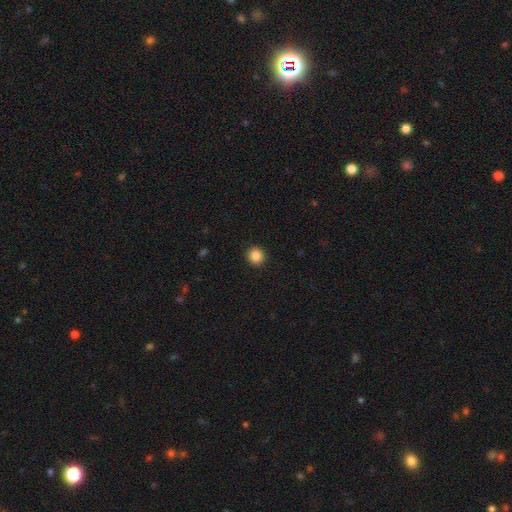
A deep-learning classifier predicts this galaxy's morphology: Q: Smooth or featured?
A: smooth (87%); runner-up: star or artifact (10%)
Q: How rounded?
A: round (90%); runner-up: in between (9%)
Q: Merging?
A: none (92%); runner-up: minor disturbance (5%)